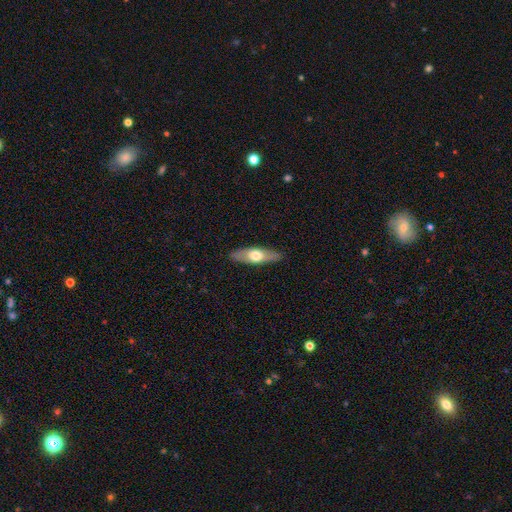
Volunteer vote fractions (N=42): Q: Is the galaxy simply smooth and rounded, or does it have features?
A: smooth — 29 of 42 (69%).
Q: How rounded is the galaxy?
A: in between — 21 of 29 (72%).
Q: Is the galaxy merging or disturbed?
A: none — 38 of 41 (93%).